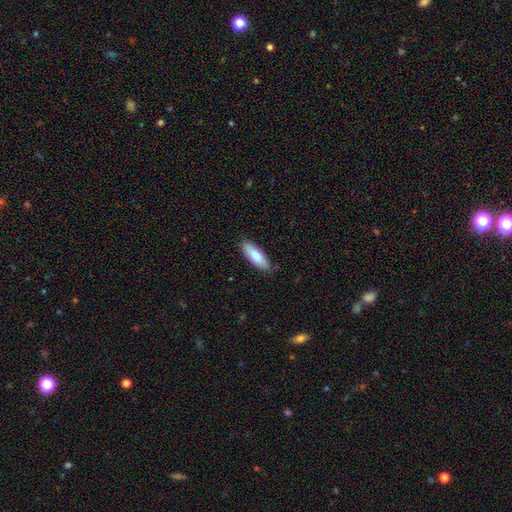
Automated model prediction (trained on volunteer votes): Q: Smooth or featured?
A: smooth (83%); runner-up: featured or disk (12%)
Q: How rounded?
A: in between (55%); runner-up: cigar-shaped (43%)
Q: Merging?
A: none (85%); runner-up: minor disturbance (12%)